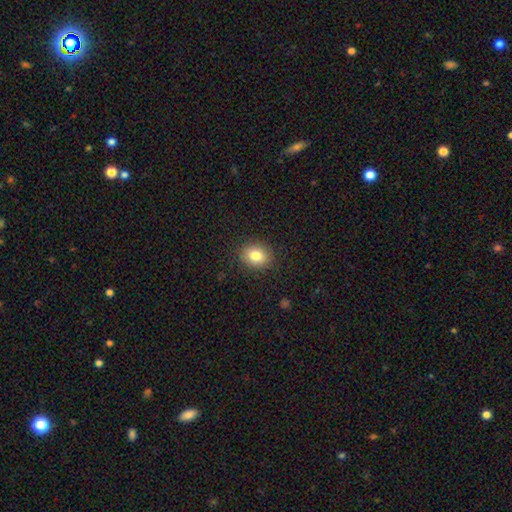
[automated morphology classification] This appears to be a smooth galaxy with no disk features (81%) that is round (62%). Merging: none (89%).